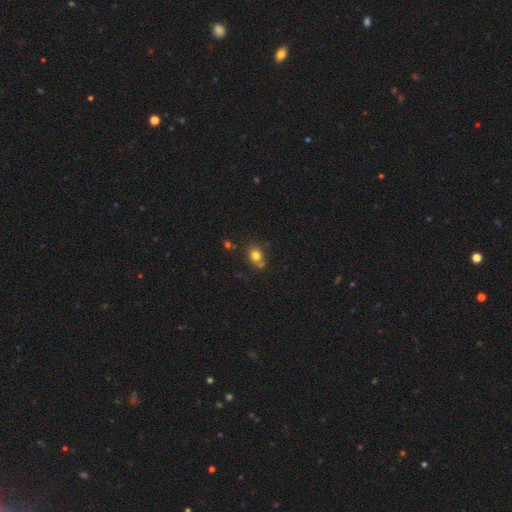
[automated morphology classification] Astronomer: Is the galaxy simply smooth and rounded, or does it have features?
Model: smooth — 78%.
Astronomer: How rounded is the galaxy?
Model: round — 64%.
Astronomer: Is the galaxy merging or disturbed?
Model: none — 64%.